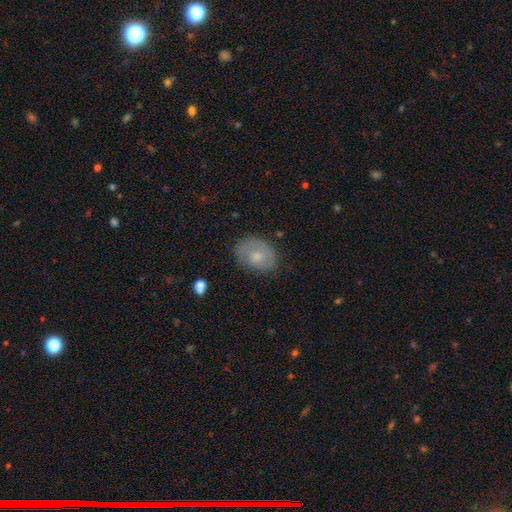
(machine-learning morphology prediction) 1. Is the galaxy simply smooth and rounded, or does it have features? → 53% smooth, 38% featured or disk, 8% star or artifact.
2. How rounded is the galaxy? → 74% in between, 25% round, 1% cigar-shaped.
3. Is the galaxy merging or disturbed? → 72% none, 21% minor disturbance, 6% major disturbance, 1% merger.